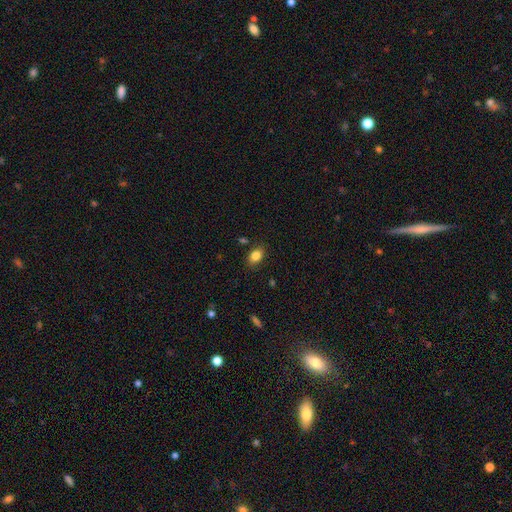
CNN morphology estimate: smooth_or_featured: smooth (p=0.84) [alt: star or artifact p=0.09]
how_rounded: in between (p=0.80) [alt: round p=0.19]
merging: none (p=0.83) [alt: minor disturbance p=0.12]